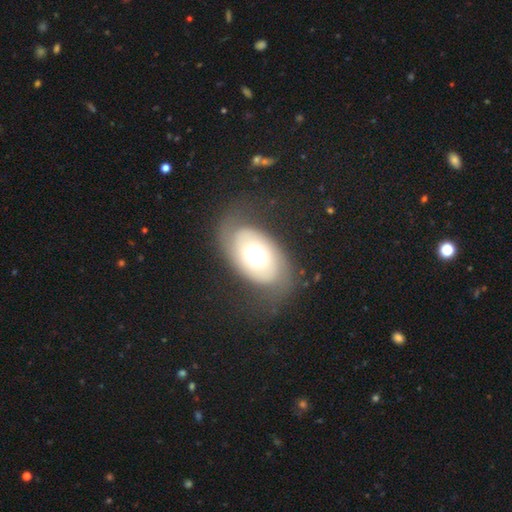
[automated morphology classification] Smooth or featured: featured or disk — 46% (smooth — 43%)
Merging: none — 66% (minor disturbance — 17%)